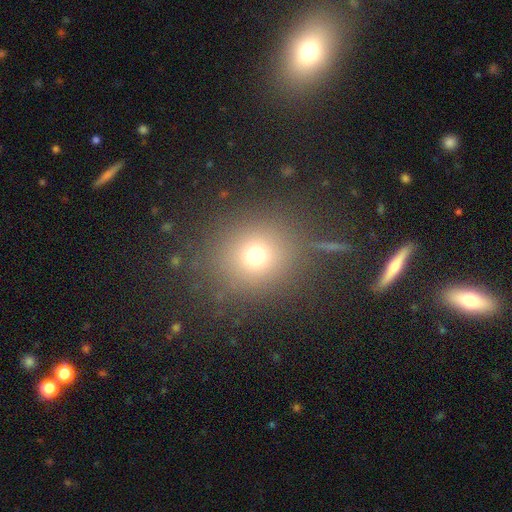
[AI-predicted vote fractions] Smooth or featured: smooth — 71% (star or artifact — 20%)
How rounded: round — 87% (in between — 12%)
Merging: none — 84% (minor disturbance — 8%)